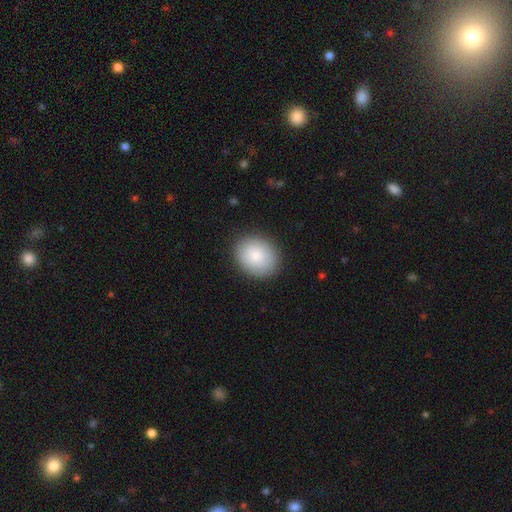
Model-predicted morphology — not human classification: smooth 86%, featured or disk 7%, star or artifact 7%. Down the decision tree: how rounded — round (64%); merging — none (89%).